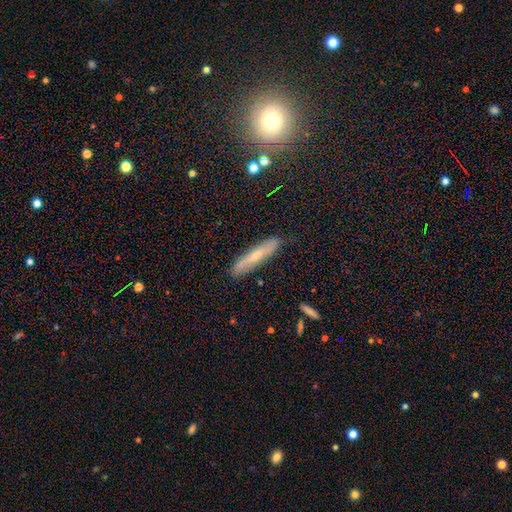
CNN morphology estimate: smooth 47%, featured or disk 45%, star or artifact 8%. Down the decision tree: merging — none (84%).